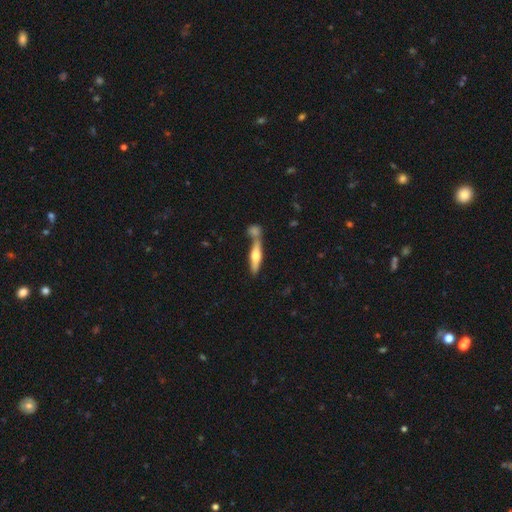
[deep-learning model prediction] Morphology: type=featured or disk (53%); edge-on=yes (93%); merging=none (57%).